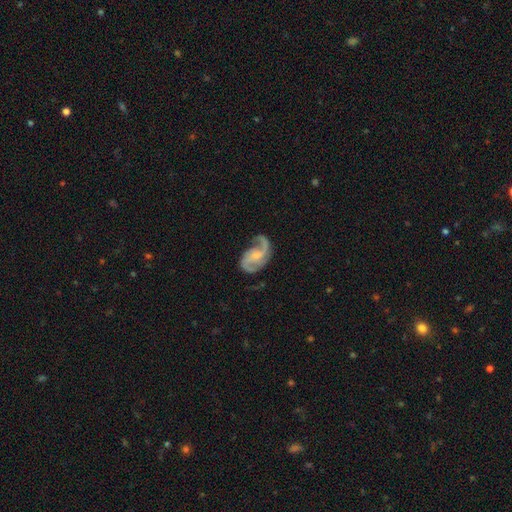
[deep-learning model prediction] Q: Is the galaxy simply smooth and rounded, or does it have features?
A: featured or disk — 90%.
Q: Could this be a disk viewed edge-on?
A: no — 98%.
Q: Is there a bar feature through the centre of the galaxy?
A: no — 52%.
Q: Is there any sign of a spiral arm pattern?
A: yes — 98%.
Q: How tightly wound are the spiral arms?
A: medium — 50%.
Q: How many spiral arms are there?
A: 2 — 89%.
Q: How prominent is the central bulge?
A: small — 56%.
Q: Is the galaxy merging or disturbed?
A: none — 69%.